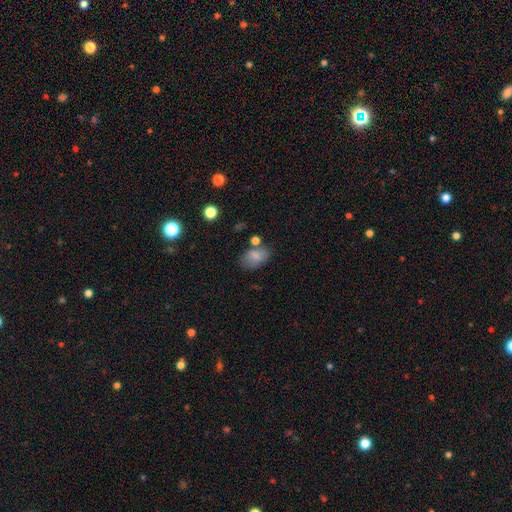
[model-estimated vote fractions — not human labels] This appears to be a smooth galaxy with no disk features (79%) that is in between round and cigar-shaped (86%). Merging: none (60%).